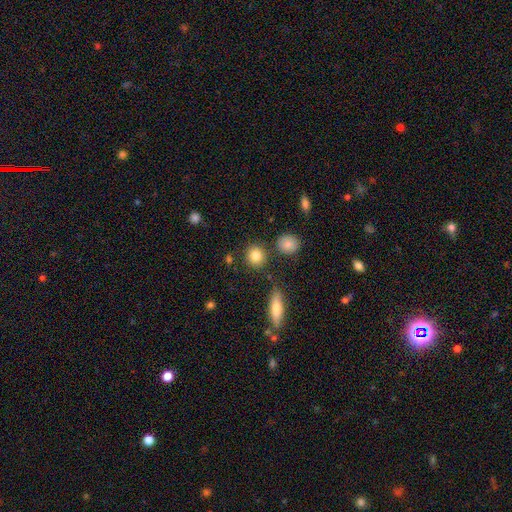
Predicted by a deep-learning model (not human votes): Smooth or featured?
  - smooth: 83% *
  - star or artifact: 9%
  - featured or disk: 7%
How rounded?
  - round: 84% *
  - in between: 14%
  - cigar-shaped: 2%
Merging?
  - none: 84% *
  - minor disturbance: 8%
  - merger: 5%
  - major disturbance: 3%